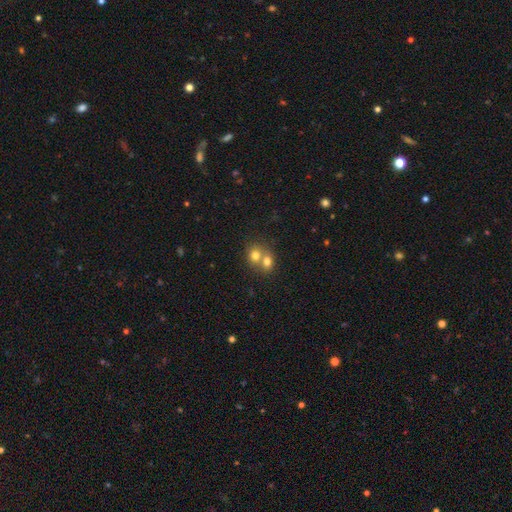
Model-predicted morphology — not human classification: This appears to be a smooth galaxy with no disk features (74%) that is round (65%). Merging: merger (64%).